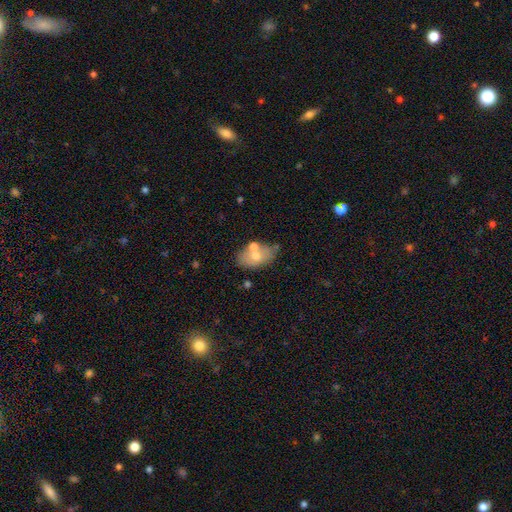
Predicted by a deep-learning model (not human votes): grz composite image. It shows a smooth galaxy with no disk features (63%) that is in between round and cigar-shaped (90%). Merging: none (62%).